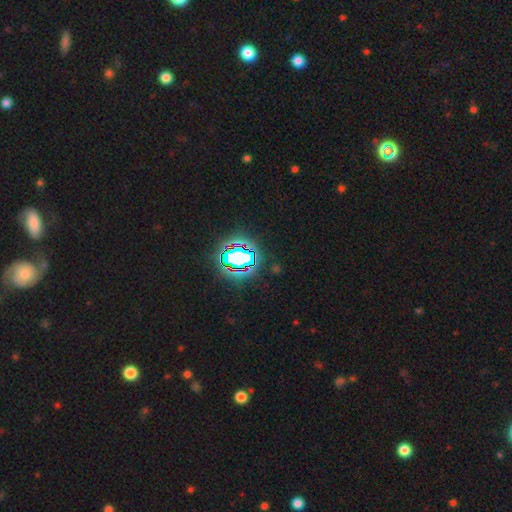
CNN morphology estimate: The model was most divided on "smooth or featured": star or artifact: 80%, smooth: 12%, featured or disk: 8%.